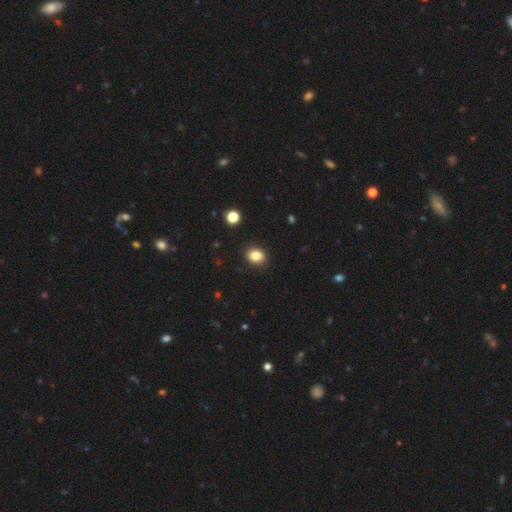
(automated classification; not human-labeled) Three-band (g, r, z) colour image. It shows a smooth galaxy with no disk features (84%) that is round (52%). Merging: none (89%).